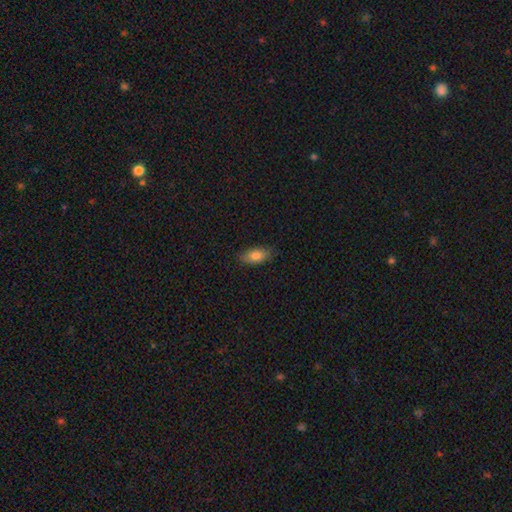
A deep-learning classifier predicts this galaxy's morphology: A smooth galaxy with no disk features (81%) that is in between round and cigar-shaped (87%). Merging: none (81%).